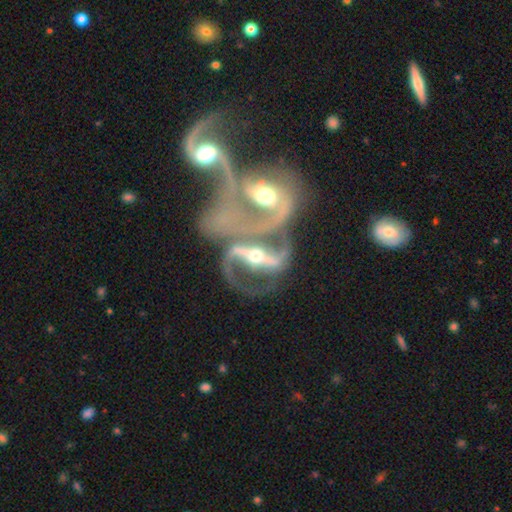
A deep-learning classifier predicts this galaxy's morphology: featured or disk 88%, smooth 6%, star or artifact 6%. Down the decision tree: edge-on disk — no (92%); bar — strong (68%); spiral arms — yes (91%); spiral arm count — 2 (84%); spiral winding — medium (47%); bulge size — moderate (64%); merging — merger (67%).